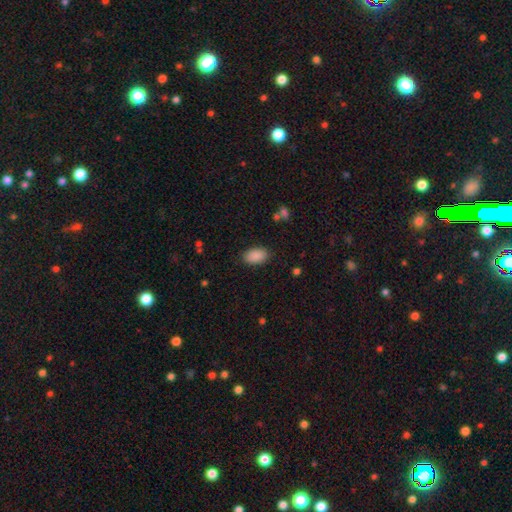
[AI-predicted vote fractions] This is clearly a smooth galaxy (89%). How rounded: clearly in between (93%). Merging: clearly none (87%).